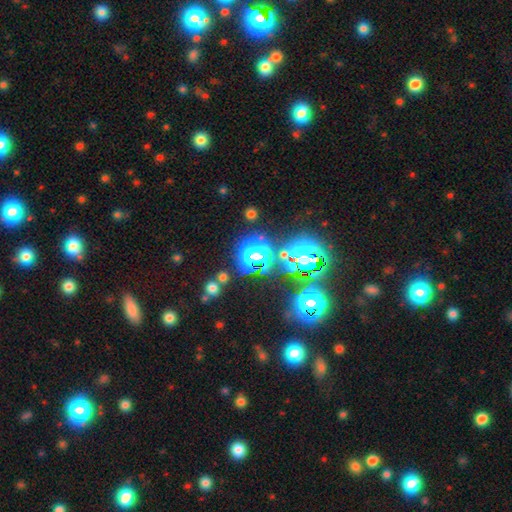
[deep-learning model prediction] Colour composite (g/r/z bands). It shows a star or artifact, not a galaxy (56%).